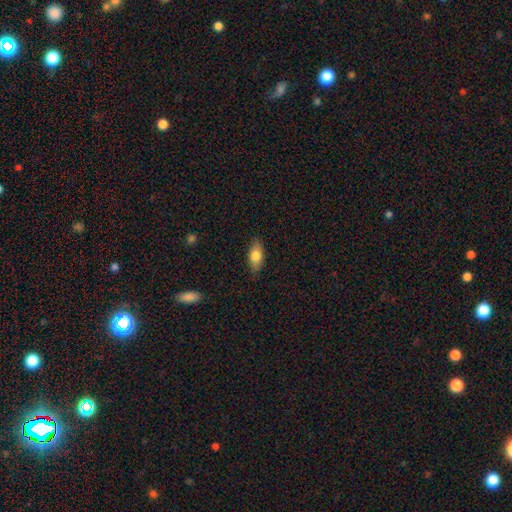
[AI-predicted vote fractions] This appears to be a smooth galaxy with no disk features (78%) that is in between round and cigar-shaped (84%). Merging: none (86%).